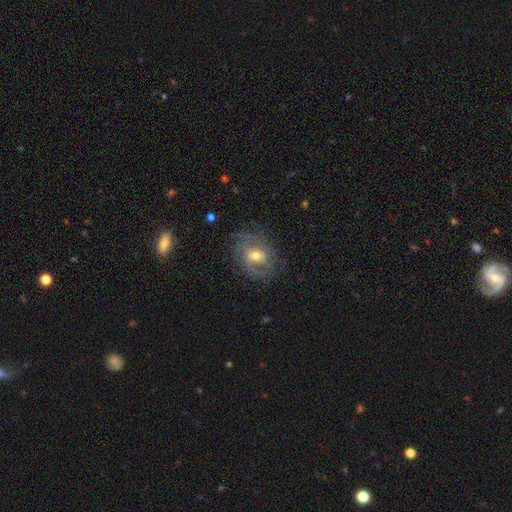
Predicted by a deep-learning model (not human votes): featured or disk 80%, smooth 14%, star or artifact 7%. Down the decision tree: edge-on disk — no (97%); bar — no (50%); spiral arms — yes (91%); spiral arm count — 2 (39%); spiral winding — tight (42%, tied with medium); bulge size — moderate (65%); merging — none (71%).